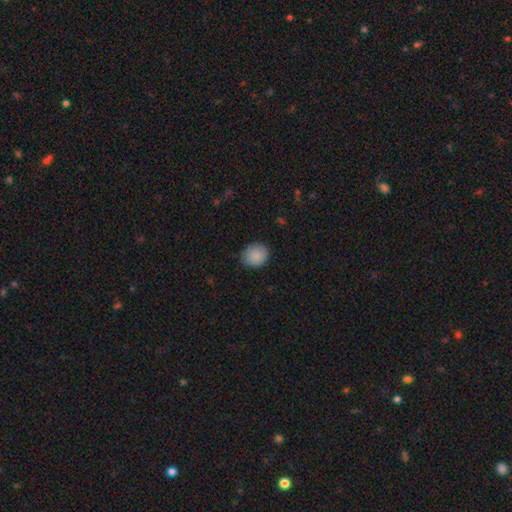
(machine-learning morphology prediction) smooth 89%, star or artifact 8%, featured or disk 3%. Down the decision tree: how rounded — round (73%); merging — none (83%).